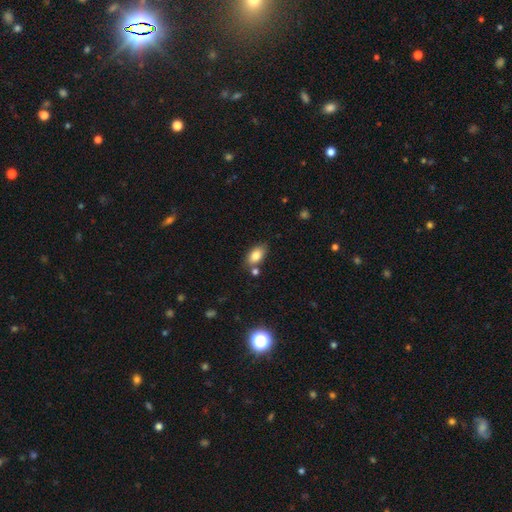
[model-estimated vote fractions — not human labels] Smooth or featured? smooth (83%)
How rounded? in between (90%)
Merging? none (71%)